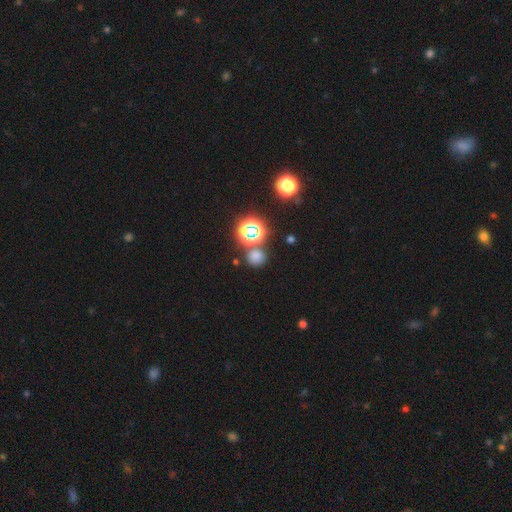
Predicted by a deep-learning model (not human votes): smooth-or-featured: smooth: 62% | star or artifact: 32% | featured or disk: 6%
  how-rounded: round: 85% | in between: 14% | cigar-shaped: 1%
  merging: none: 75% | merger: 13% | minor disturbance: 9% | major disturbance: 4%